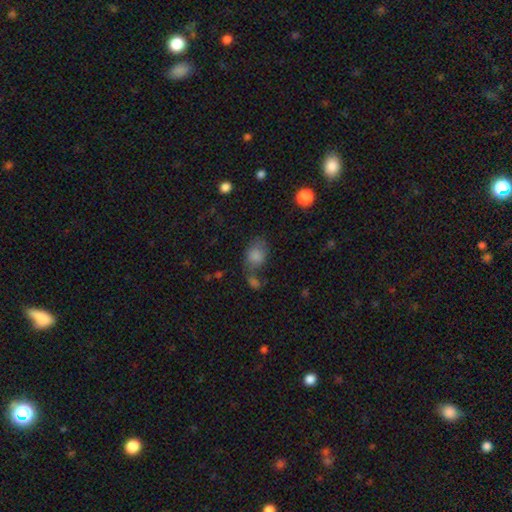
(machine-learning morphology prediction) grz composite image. It shows a smooth galaxy with no disk features (81%) that is in between round and cigar-shaped (69%). Merging: none (46%).